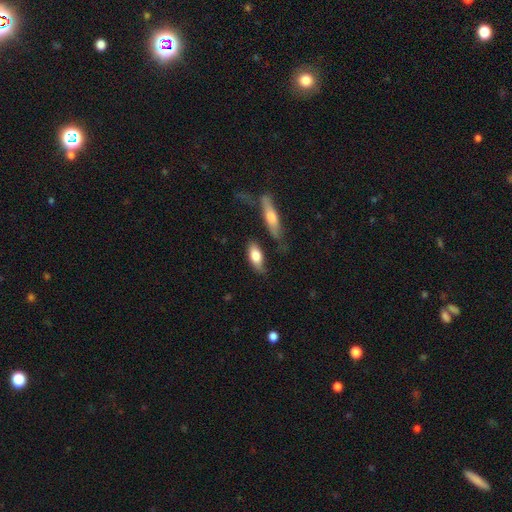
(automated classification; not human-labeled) Morphology: type=smooth (75%); roundness=in between (80%); merging=none (69%).